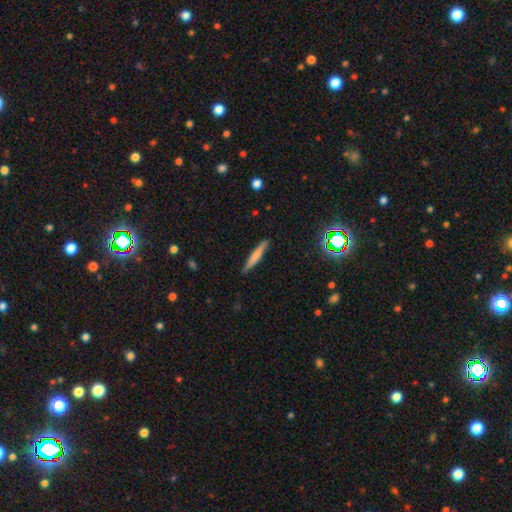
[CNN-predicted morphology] Smooth or featured? Predicted: smooth (p=0.65). How rounded? Predicted: cigar-shaped (p=0.93). Merging? Predicted: none (p=0.88).